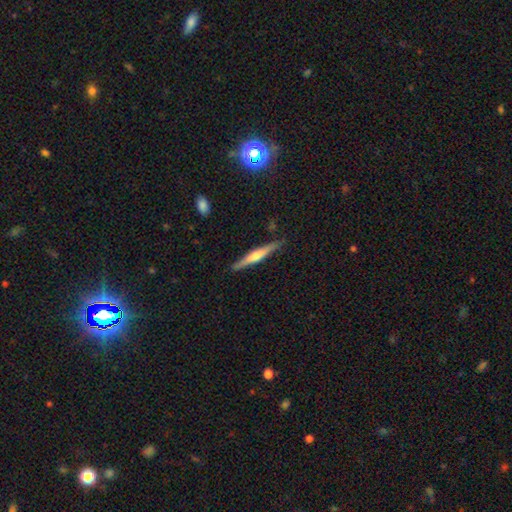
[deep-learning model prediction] Overall: featured or disk (62%; smooth 33%). Edge-on disk: yes (97%). Edge-on bulge: rounded (78%). Merging: none (88%).